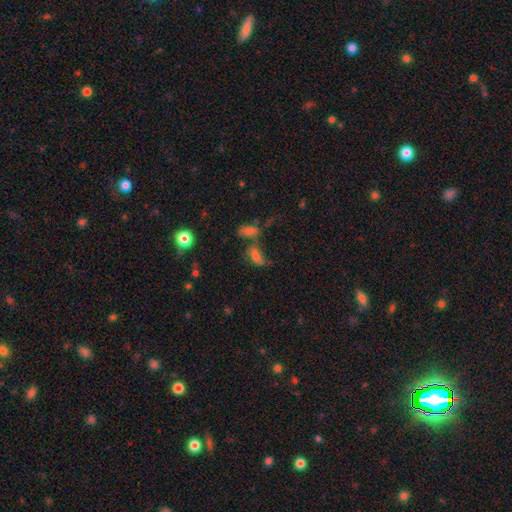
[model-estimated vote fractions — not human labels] Morphology: type=smooth (55%); roundness=in between (77%); merging=merger (37%).